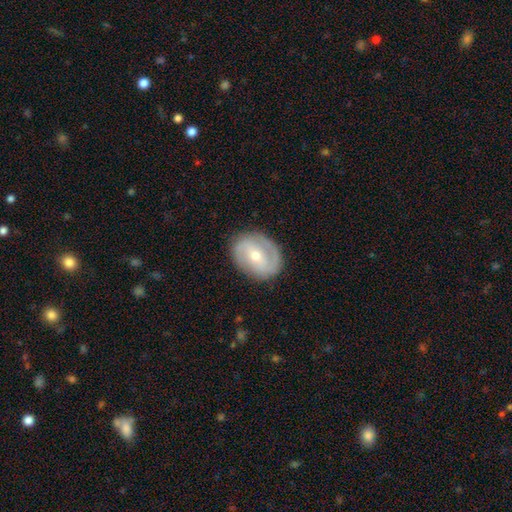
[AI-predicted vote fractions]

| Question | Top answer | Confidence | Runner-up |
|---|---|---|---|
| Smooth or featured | featured or disk | 74% | smooth (20%) |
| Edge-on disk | no | 96% | yes (4%) |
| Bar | weak | 41% | no (34%) |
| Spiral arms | yes | 83% | no (17%) |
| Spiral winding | tight | 42% | medium (41%) |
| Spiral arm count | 2 | 77% | can't tell (12%) |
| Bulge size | small | 50% | moderate (47%) |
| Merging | none | 82% | minor disturbance (13%) |